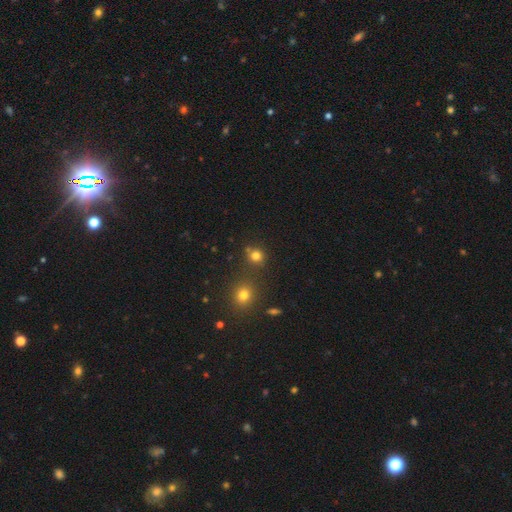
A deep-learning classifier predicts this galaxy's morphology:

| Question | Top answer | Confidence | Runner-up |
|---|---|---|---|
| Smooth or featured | smooth | 77% | star or artifact (17%) |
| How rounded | round | 86% | in between (13%) |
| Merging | none | 72% | merger (15%) |